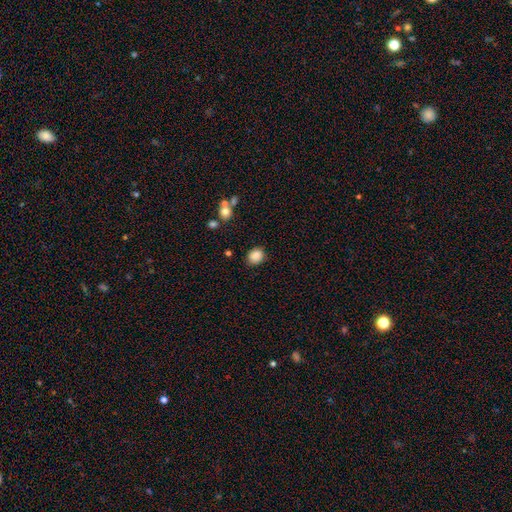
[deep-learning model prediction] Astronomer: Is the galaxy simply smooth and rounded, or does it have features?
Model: smooth — 86%.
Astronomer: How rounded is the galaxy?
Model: round — 59% (runner-up: in between, 40%).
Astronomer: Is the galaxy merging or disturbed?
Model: none — 83%.